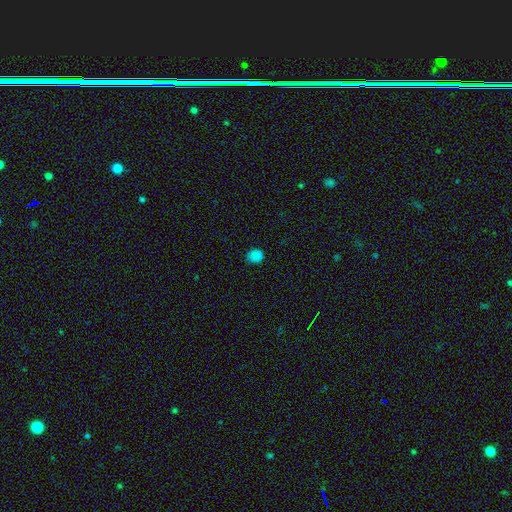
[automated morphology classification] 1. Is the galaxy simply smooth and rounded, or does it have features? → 79% smooth, 17% star or artifact, 3% featured or disk.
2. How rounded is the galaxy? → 71% round, 27% in between, 1% cigar-shaped.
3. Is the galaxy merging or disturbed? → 85% none, 11% minor disturbance, 2% major disturbance, 1% merger.